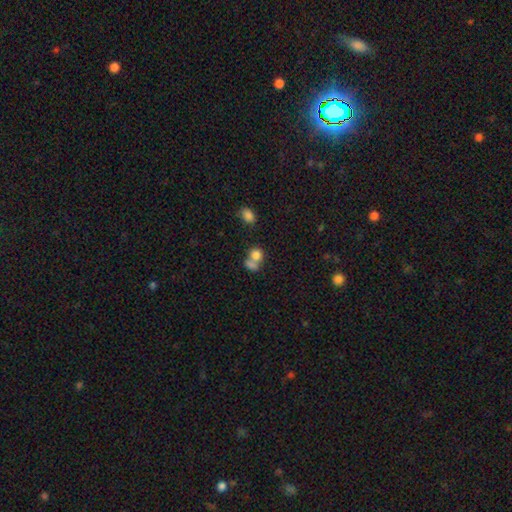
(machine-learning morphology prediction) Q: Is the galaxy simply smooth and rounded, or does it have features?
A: smooth — 78%.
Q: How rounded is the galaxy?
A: round — 65%.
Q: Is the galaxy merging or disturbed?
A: merger — 56%.